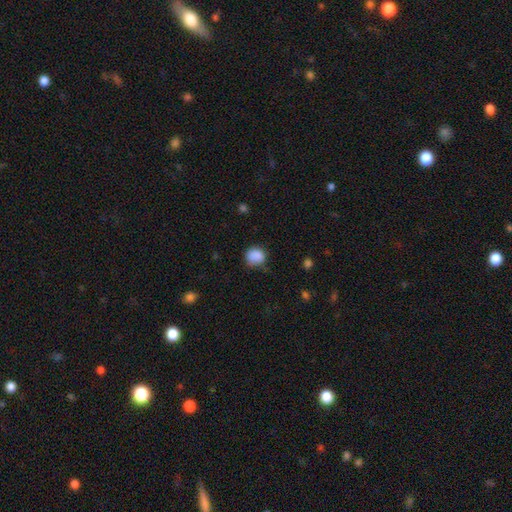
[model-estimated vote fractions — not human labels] smooth-or-featured: smooth: 87% | star or artifact: 9% | featured or disk: 4%
  how-rounded: round: 77% | in between: 23% | cigar-shaped: 1%
  merging: none: 68% | minor disturbance: 24% | major disturbance: 6% | merger: 2%